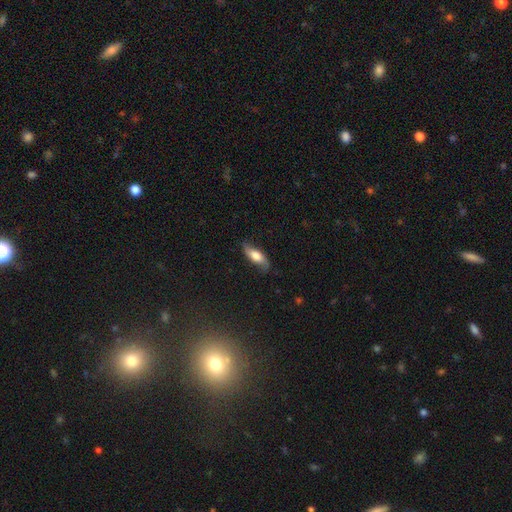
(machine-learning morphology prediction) This appears to be a featured or disk galaxy (49%). Merging: none (75%).